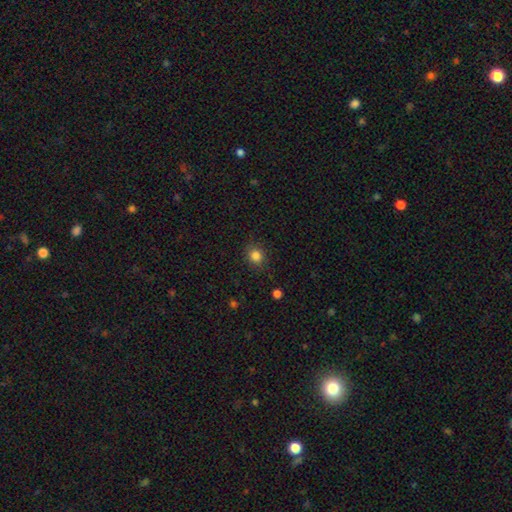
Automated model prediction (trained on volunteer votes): Smooth or featured?
  - smooth: 83% *
  - star or artifact: 12%
  - featured or disk: 5%
How rounded?
  - round: 78% *
  - in between: 21%
  - cigar-shaped: 1%
Merging?
  - none: 85% *
  - minor disturbance: 11%
  - major disturbance: 3%
  - merger: 1%